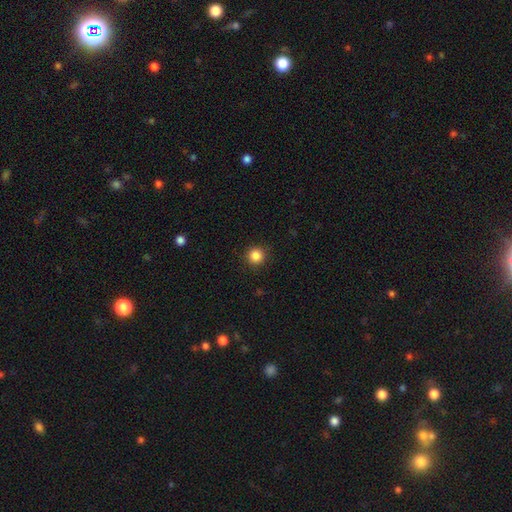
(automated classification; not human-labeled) Q: Smooth or featured?
A: smooth (86%); runner-up: star or artifact (11%)
Q: How rounded?
A: round (95%); runner-up: in between (4%)
Q: Merging?
A: none (92%); runner-up: minor disturbance (5%)